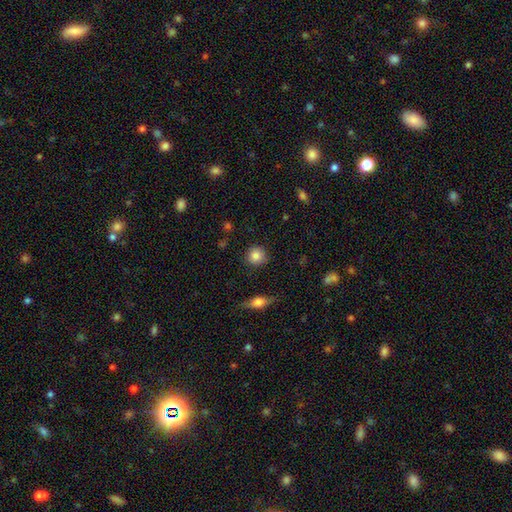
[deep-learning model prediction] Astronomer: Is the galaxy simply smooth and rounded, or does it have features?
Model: smooth — 85%.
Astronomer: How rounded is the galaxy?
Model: round — 92%.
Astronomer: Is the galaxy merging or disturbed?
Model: none — 89%.